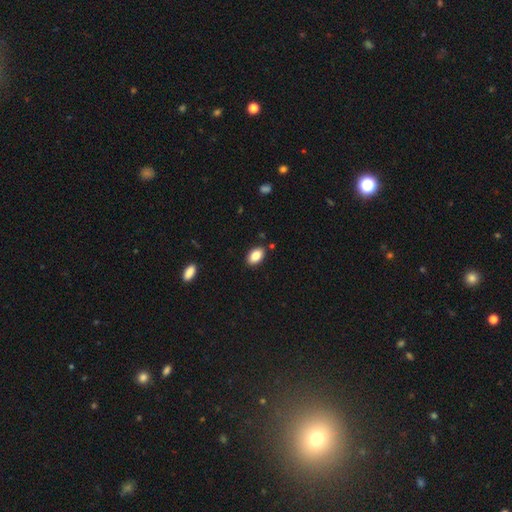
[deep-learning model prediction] Smooth or featured: smooth — 86% (star or artifact — 8%)
How rounded: in between — 92% (round — 6%)
Merging: none — 87% (minor disturbance — 9%)